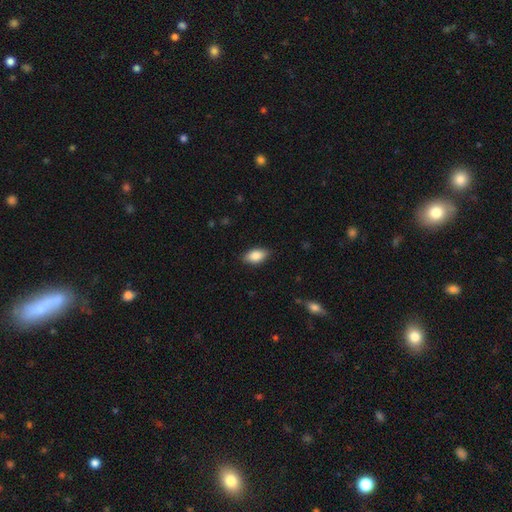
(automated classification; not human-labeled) The model was most divided on "merging": none: 85%, minor disturbance: 12%, major disturbance: 2%, merger: 1%. More confident: how rounded — in between (91%); smooth or featured — smooth (86%).